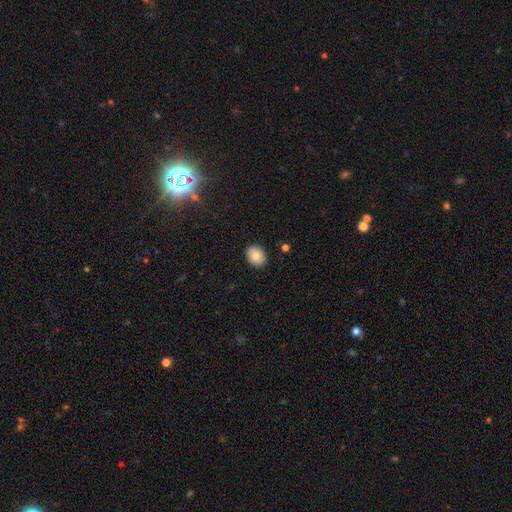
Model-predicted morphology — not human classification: A smooth galaxy with no disk features (84%) that is in between round and cigar-shaped (61%).

Vote fractions:
- Smooth or featured? smooth: 84% / featured or disk: 8% / star or artifact: 8%
- How rounded? in between: 61% / round: 38% / cigar-shaped: 1%
- Merging? none: 89% / minor disturbance: 8% / major disturbance: 2% / merger: 1%